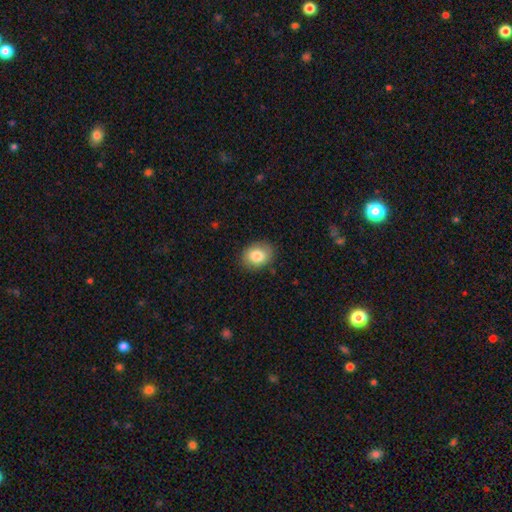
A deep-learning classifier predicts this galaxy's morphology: Q: Smooth or featured?
A: smooth (83%); runner-up: featured or disk (9%)
Q: How rounded?
A: in between (62%); runner-up: round (37%)
Q: Merging?
A: none (83%); runner-up: minor disturbance (13%)